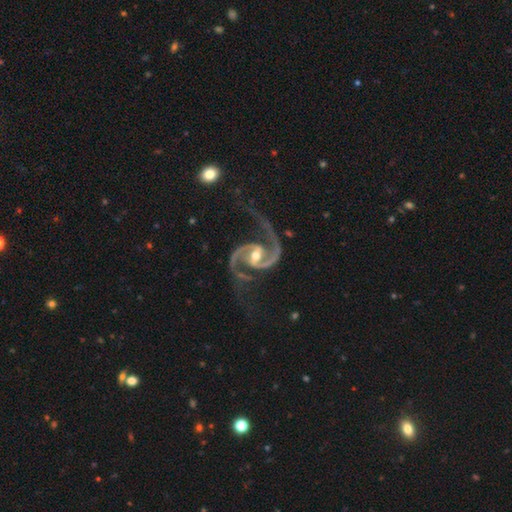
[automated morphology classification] Smooth or featured?
  - featured or disk: 95% *
  - star or artifact: 4%
  - smooth: 2%
Edge-on disk?
  - no: 98% *
  - yes: 2%
Bar?
  - weak: 41% *
  - strong: 35%
  - no: 23%
Spiral arms?
  - yes: 99% *
  - no: 1%
Spiral winding?
  - medium: 54% *
  - loose: 35%
  - tight: 11%
Spiral arm count?
  - 2: 94% *
  - 3: 2%
  - can't tell: 1%
  - 1: 1%
  - 4: 1%
  - more than 4: 1%
Bulge size?
  - moderate: 71% *
  - small: 22%
  - large: 4%
  - none: 1%
  - dominant: 1%
Merging?
  - none: 64% *
  - minor disturbance: 17%
  - major disturbance: 16%
  - merger: 3%